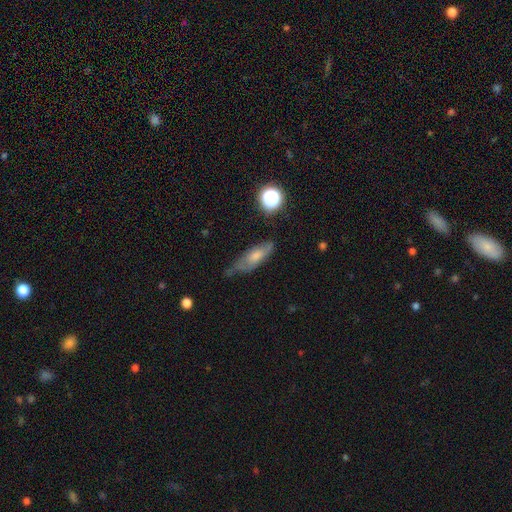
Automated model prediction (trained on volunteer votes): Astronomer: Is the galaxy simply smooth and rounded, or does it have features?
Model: smooth — 46% (runner-up: featured or disk, 41%).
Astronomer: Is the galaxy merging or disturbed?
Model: none — 54% (runner-up: minor disturbance, 32%).